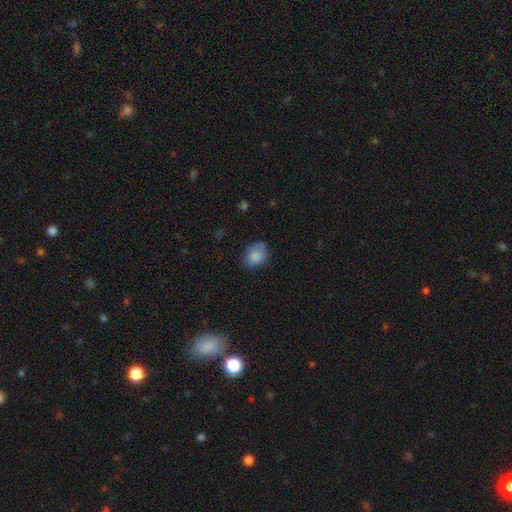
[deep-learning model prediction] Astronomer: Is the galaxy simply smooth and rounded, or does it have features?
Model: smooth — 84%.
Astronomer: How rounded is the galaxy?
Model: round — 63%.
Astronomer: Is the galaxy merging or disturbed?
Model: none — 69%.